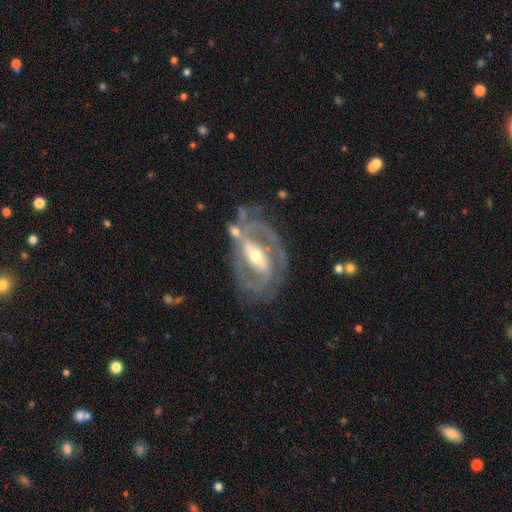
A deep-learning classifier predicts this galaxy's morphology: This appears to be a featured or disk galaxy (88%) with a strong bar (57%), 2 (73%) tight (46%) spiral arms (90%) and a moderate central bulge (59%). Merging: none (64%).